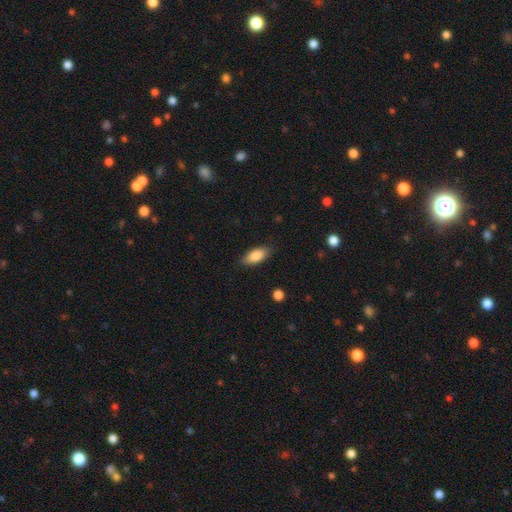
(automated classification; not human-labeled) Smooth or featured: smooth — 86% (featured or disk — 8%)
How rounded: in between — 85% (cigar-shaped — 13%)
Merging: none — 85% (minor disturbance — 11%)